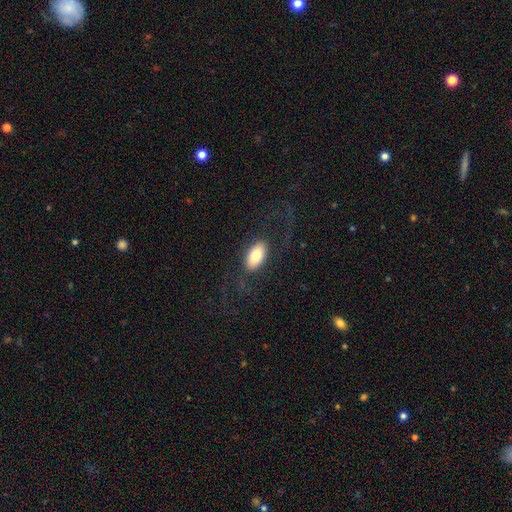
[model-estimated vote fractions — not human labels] smooth_or_featured: smooth (p=0.74) [alt: featured or disk p=0.20]
how_rounded: in between (p=0.93) [alt: cigar-shaped p=0.04]
merging: none (p=0.75) [alt: major disturbance p=0.13]